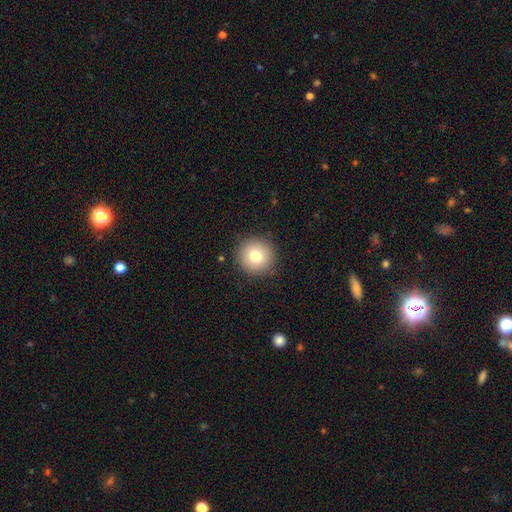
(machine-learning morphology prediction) smooth_or_featured: smooth (p=0.77) [alt: featured or disk p=0.13]
how_rounded: round (p=0.95) [alt: in between p=0.04]
merging: none (p=0.90) [alt: minor disturbance p=0.07]